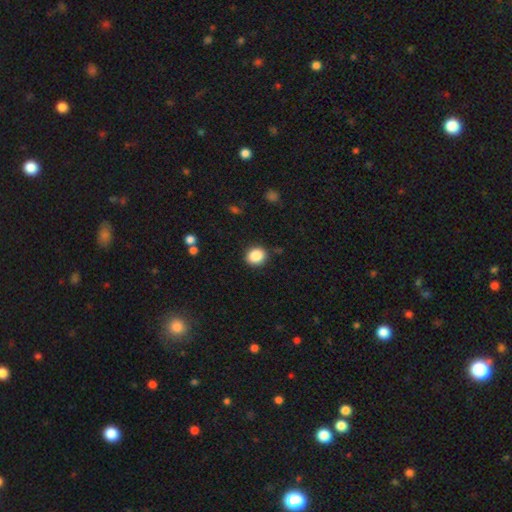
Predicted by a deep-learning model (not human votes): Morphology: type=smooth (86%); roundness=round (77%); merging=none (88%).